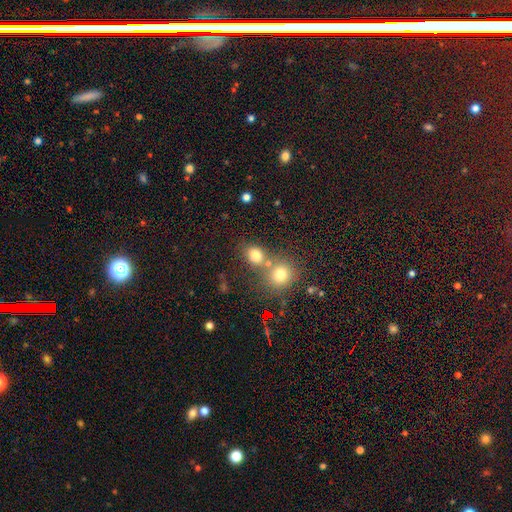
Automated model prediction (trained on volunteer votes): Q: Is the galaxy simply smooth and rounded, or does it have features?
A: smooth — 76%.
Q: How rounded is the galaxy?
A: round — 61%.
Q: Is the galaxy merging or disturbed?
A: none — 54%.